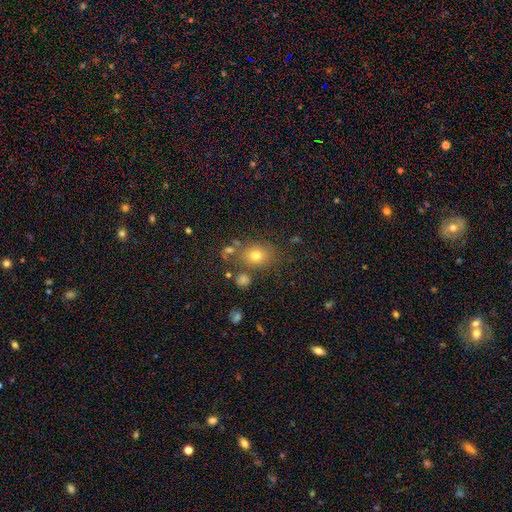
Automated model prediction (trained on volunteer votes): Morphology: type=smooth (72%); roundness=round (53%); merging=none (73%).